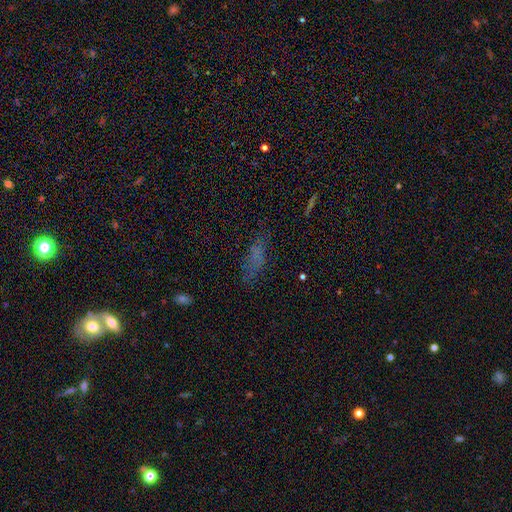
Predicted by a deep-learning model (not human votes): This appears to be a smooth galaxy with no disk features (51%) that is in between round and cigar-shaped (50%). Merging: none (67%).